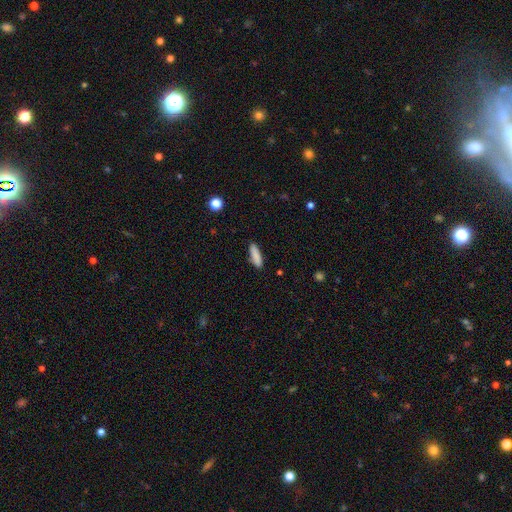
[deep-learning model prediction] Smooth or featured?
  - smooth: 86% *
  - featured or disk: 7%
  - star or artifact: 7%
How rounded?
  - cigar-shaped: 59% *
  - in between: 39%
  - round: 2%
Merging?
  - none: 86% *
  - minor disturbance: 10%
  - major disturbance: 2%
  - merger: 1%